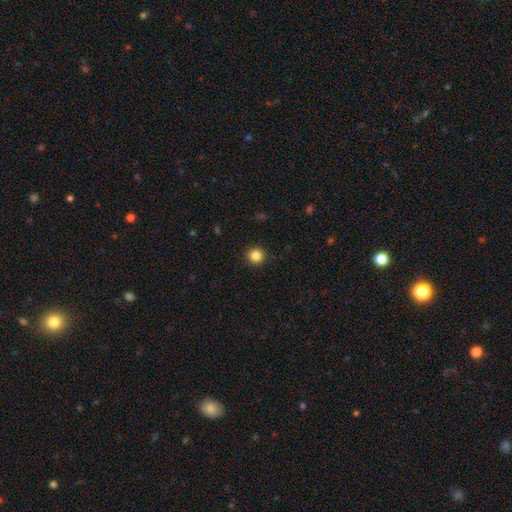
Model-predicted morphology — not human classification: type=smooth (85%); roundness=round (94%); merging=none (92%).